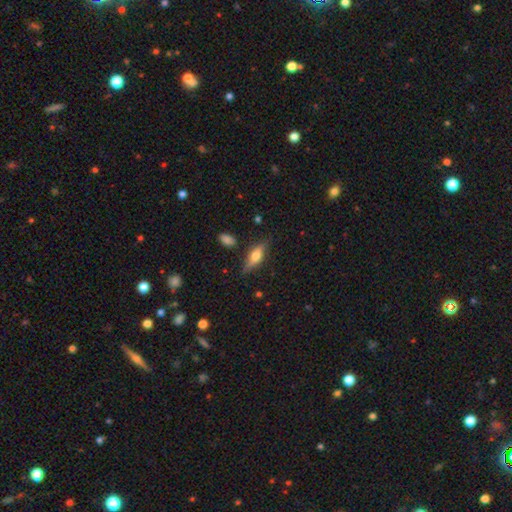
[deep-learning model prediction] A featured or disk galaxy (48%). Merging: none (78%).